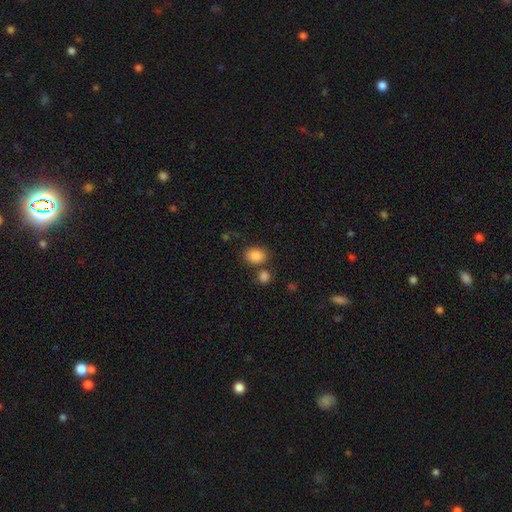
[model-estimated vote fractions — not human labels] Smooth or featured: smooth — 87% (star or artifact — 9%)
How rounded: in between — 62% (round — 37%)
Merging: none — 70% (merger — 14%)